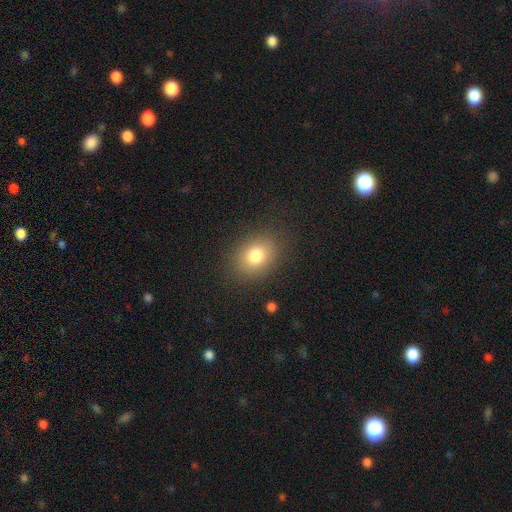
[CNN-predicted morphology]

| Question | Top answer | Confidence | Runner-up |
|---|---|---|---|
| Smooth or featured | smooth | 79% | star or artifact (11%) |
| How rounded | in between | 57% | round (42%) |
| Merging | none | 84% | minor disturbance (10%) |